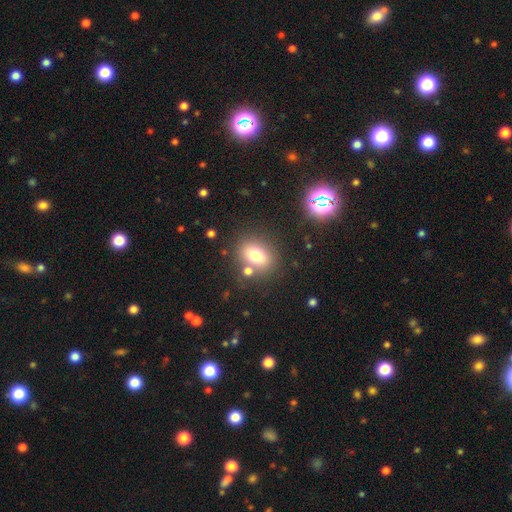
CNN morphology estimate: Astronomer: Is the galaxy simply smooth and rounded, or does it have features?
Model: smooth — 74%.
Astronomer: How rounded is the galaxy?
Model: in between — 62%.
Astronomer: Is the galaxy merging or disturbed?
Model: none — 70%.